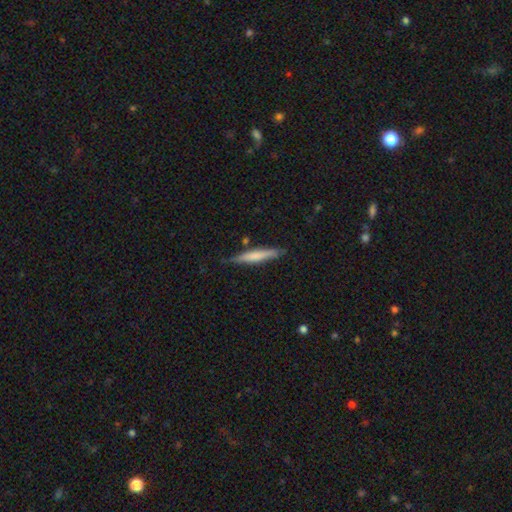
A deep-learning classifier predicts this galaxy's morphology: Smooth or featured: smooth — 62% (featured or disk — 32%)
How rounded: cigar-shaped — 93% (in between — 6%)
Merging: none — 82% (minor disturbance — 14%)